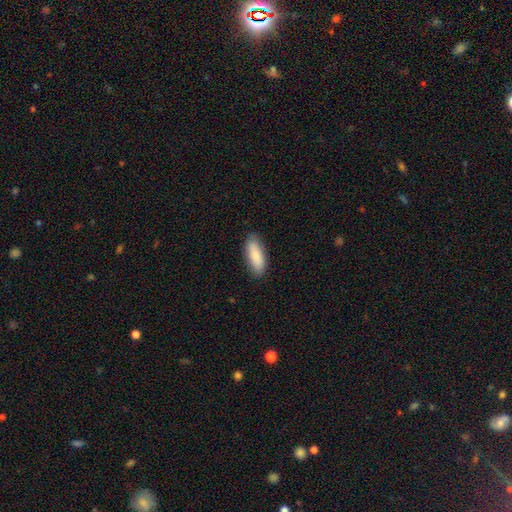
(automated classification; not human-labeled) Smooth or featured: smooth — 83% (featured or disk — 12%)
How rounded: in between — 63% (cigar-shaped — 35%)
Merging: none — 87% (minor disturbance — 10%)